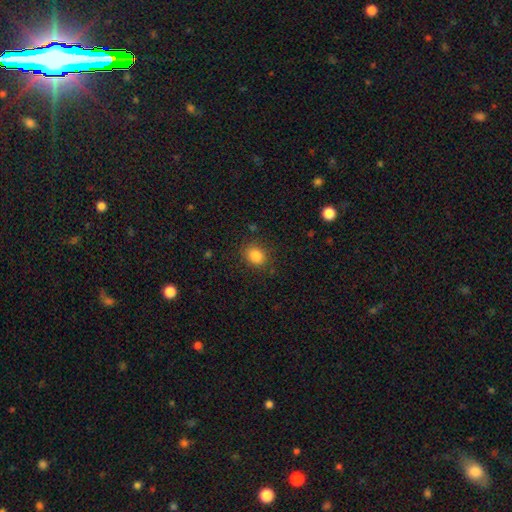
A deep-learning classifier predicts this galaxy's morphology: Smooth or featured: smooth — 85% (star or artifact — 10%)
How rounded: round — 56% (in between — 43%)
Merging: none — 84% (minor disturbance — 11%)